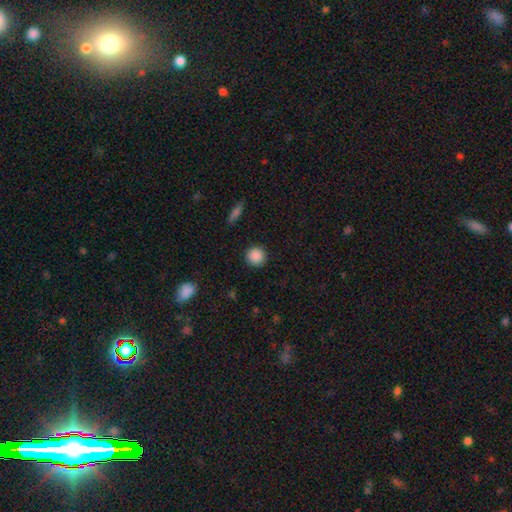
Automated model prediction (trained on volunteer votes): Smooth or featured? smooth (88%)
How rounded? round (94%)
Merging? none (91%)